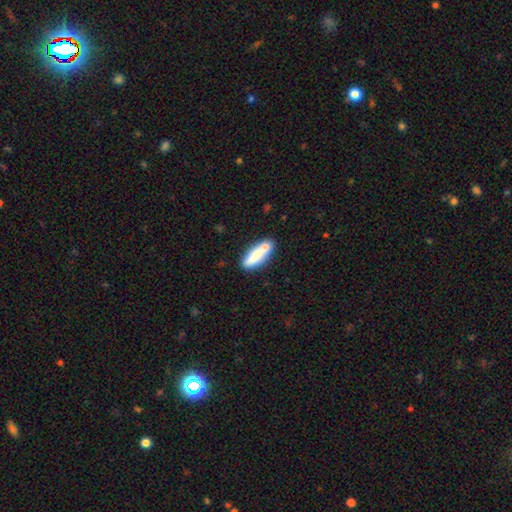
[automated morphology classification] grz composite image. It shows a smooth galaxy with no disk features (73%) that is cigar-shaped (51%). Merging: none (59%).